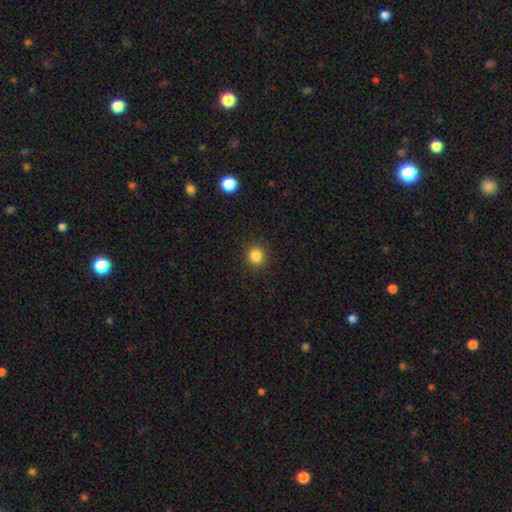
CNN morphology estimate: Smooth or featured?
  - smooth: 85% *
  - star or artifact: 12%
  - featured or disk: 4%
How rounded?
  - round: 90% *
  - in between: 9%
  - cigar-shaped: 1%
Merging?
  - none: 91% *
  - minor disturbance: 6%
  - major disturbance: 2%
  - merger: 1%